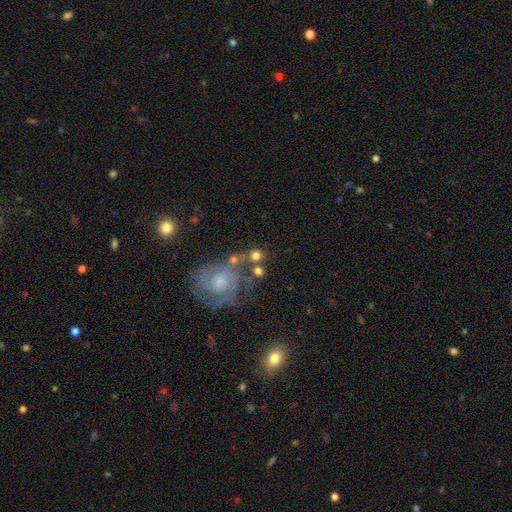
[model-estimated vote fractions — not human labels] Overall: smooth (61%; featured or disk 28%). How rounded: round (86%). Merging: none (58%; merger 20%).